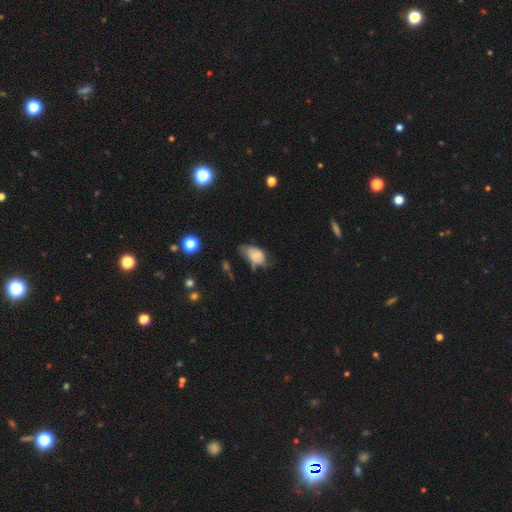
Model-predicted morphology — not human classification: This is likely a smooth galaxy (70%). How rounded: clearly in between (88%). Merging: marginally minor disturbance (42%).